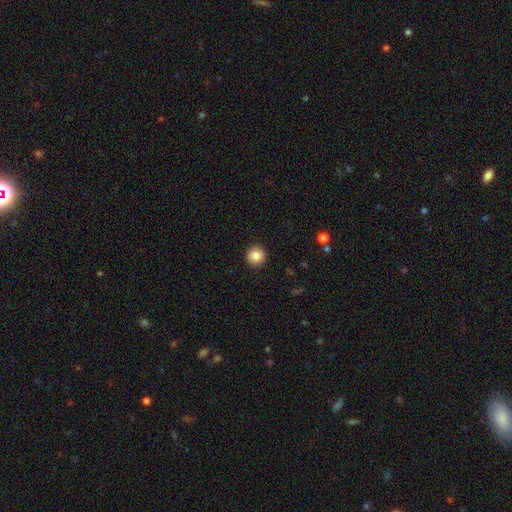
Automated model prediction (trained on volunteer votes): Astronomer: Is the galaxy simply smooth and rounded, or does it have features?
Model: smooth — 86%.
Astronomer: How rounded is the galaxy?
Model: round — 95%.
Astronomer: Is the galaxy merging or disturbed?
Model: none — 93%.